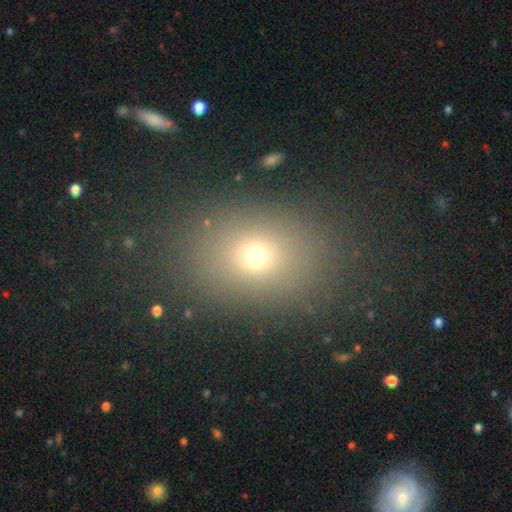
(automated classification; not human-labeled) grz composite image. It shows a smooth galaxy with no disk features (67%) that is in between round and cigar-shaped (53%). Merging: none (84%).